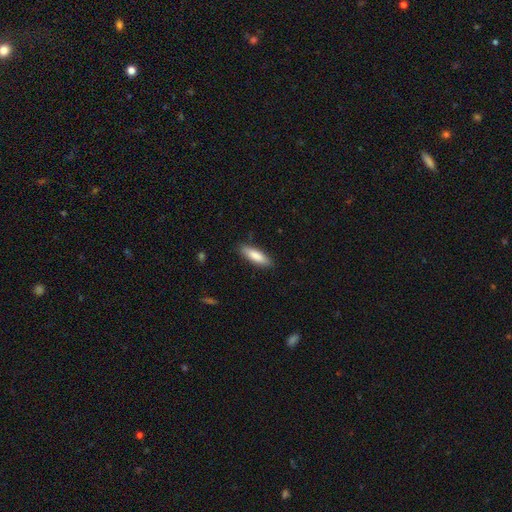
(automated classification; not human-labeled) Smooth or featured: smooth — 84% (featured or disk — 11%)
How rounded: cigar-shaped — 52% (in between — 47%)
Merging: none — 86% (minor disturbance — 11%)